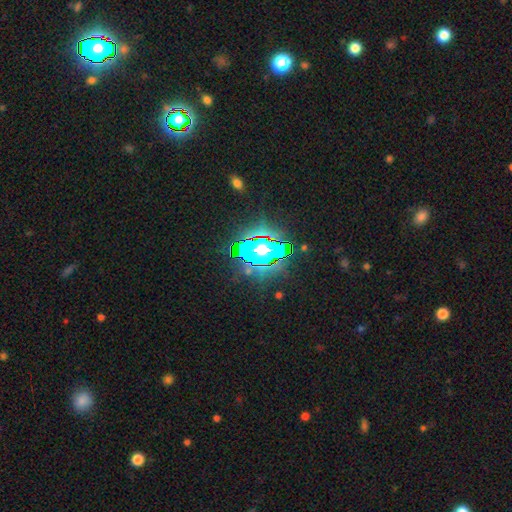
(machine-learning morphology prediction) smooth-or-featured: star or artifact: 78% | smooth: 12% | featured or disk: 10%